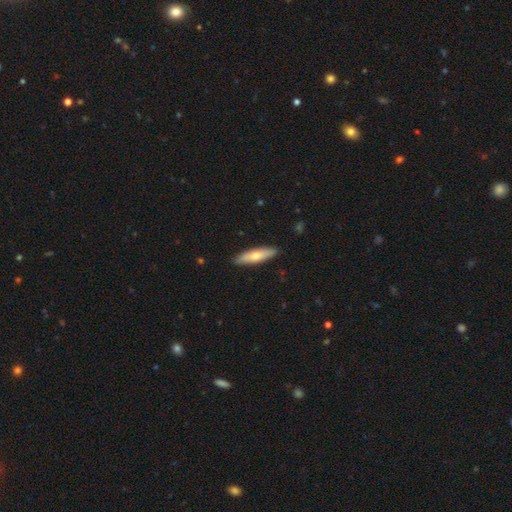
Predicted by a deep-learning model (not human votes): Q: Smooth or featured?
A: smooth (65%); runner-up: featured or disk (29%)
Q: How rounded?
A: cigar-shaped (68%); runner-up: in between (30%)
Q: Merging?
A: none (89%); runner-up: minor disturbance (9%)